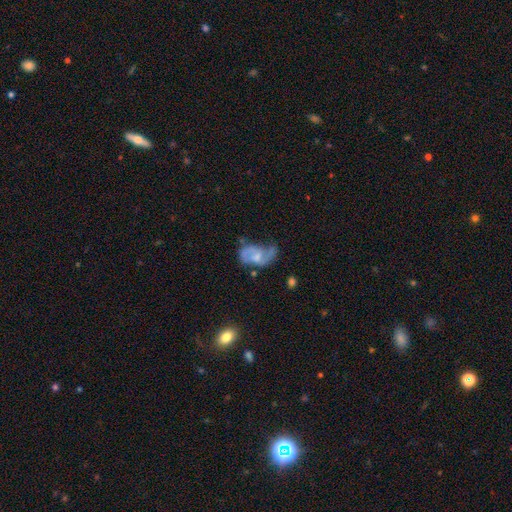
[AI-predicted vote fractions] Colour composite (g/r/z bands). It shows a featured or disk galaxy (71%) with no bar (51%), 2 (77%) medium (44%) spiral arms (85%) and a small central bulge (39%). Merging: none (39%).